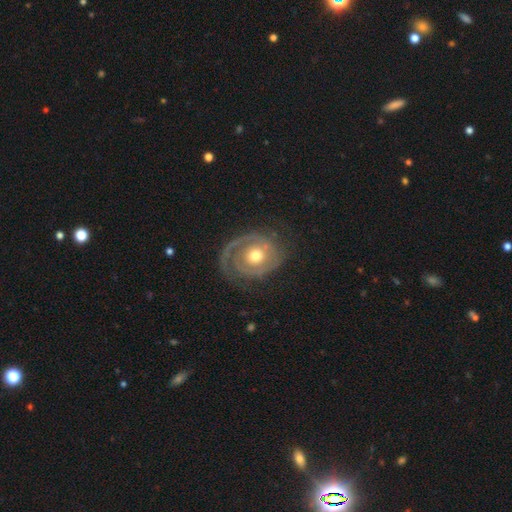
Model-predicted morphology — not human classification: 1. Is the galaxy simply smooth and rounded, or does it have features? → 83% featured or disk, 12% smooth, 5% star or artifact.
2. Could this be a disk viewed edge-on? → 97% no, 3% yes.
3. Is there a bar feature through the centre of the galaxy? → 82% no, 14% weak, 4% strong.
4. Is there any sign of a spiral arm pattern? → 89% yes, 11% no.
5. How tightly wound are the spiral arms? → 67% tight, 24% medium, 9% loose.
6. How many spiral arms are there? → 41% 1, 34% 2, 13% can't tell, 7% 3, 3% 4, 3% more than 4.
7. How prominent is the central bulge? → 74% moderate, 15% small, 8% large, 1% dominant, 1% none.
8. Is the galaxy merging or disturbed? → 69% none, 18% minor disturbance, 12% major disturbance, 2% merger.